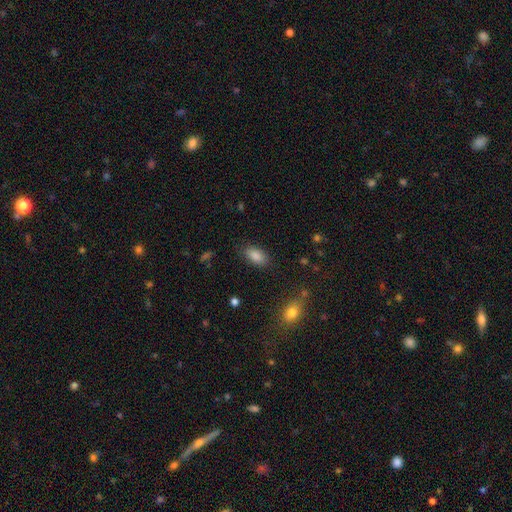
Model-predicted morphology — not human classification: A smooth galaxy with no disk features (87%) that is in between round and cigar-shaped (92%).

Vote fractions:
- Smooth or featured? smooth: 87% / star or artifact: 8% / featured or disk: 5%
- How rounded? in between: 92% / cigar-shaped: 4% / round: 4%
- Merging? none: 85% / minor disturbance: 11% / major disturbance: 3% / merger: 1%